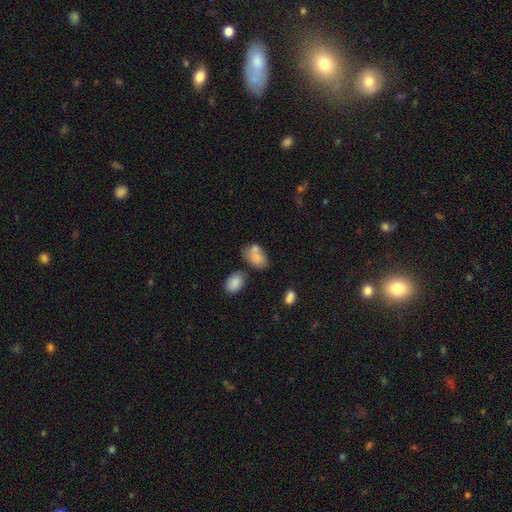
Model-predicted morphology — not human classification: Overall: smooth (76%). How rounded: in between (81%). Merging: merger (41%; none 33%).